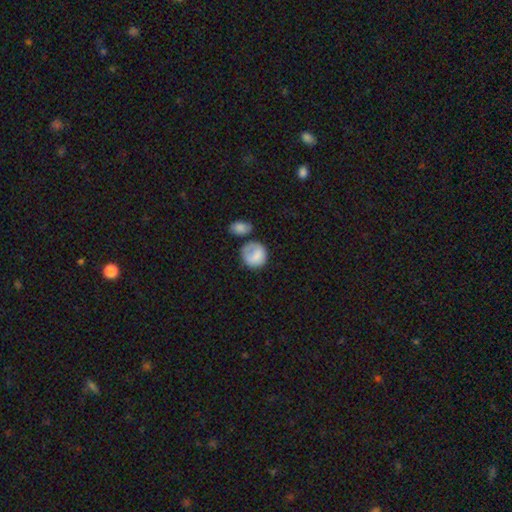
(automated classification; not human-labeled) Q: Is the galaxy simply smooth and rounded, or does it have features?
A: smooth — 79%.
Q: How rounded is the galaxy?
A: round — 78%.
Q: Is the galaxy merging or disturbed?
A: none — 49%.